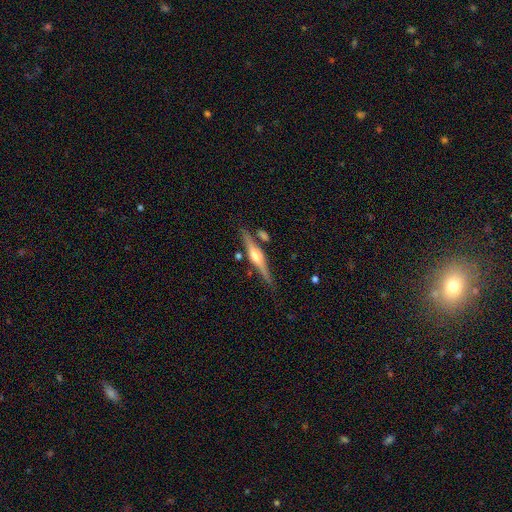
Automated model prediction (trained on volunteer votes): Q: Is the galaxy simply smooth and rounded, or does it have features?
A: featured or disk — 79%.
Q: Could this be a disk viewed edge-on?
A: yes — 98%.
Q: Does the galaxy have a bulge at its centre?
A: rounded — 90%.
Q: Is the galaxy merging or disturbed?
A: none — 81%.